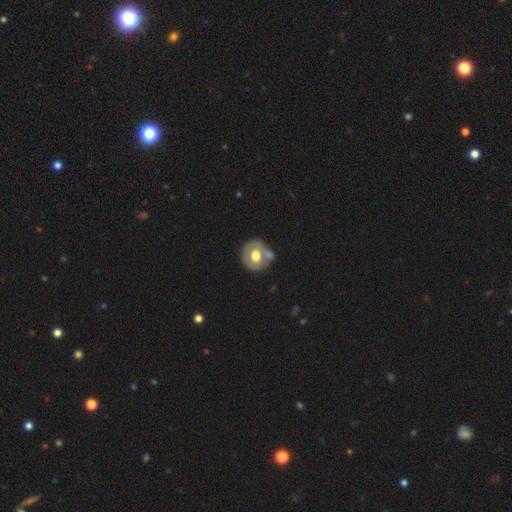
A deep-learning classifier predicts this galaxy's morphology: smooth-or-featured: smooth: 53% | featured or disk: 41% | star or artifact: 7%
  how-rounded: round: 82% | in between: 17% | cigar-shaped: 1%
  merging: none: 57% | merger: 22% | minor disturbance: 16% | major disturbance: 5%